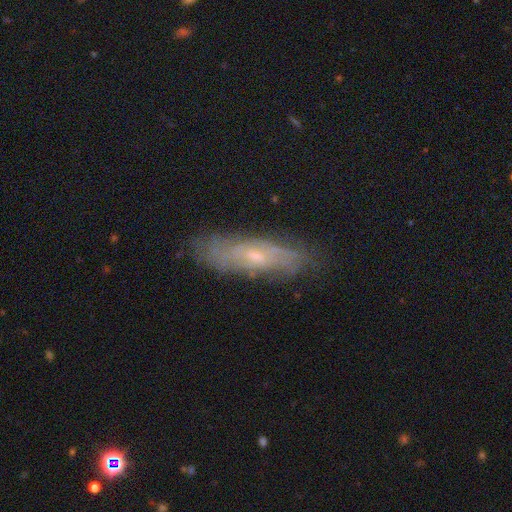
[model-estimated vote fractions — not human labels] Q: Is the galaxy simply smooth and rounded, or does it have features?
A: featured or disk — 60%.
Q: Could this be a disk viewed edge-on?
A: no — 67%.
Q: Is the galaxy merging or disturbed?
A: none — 75%.